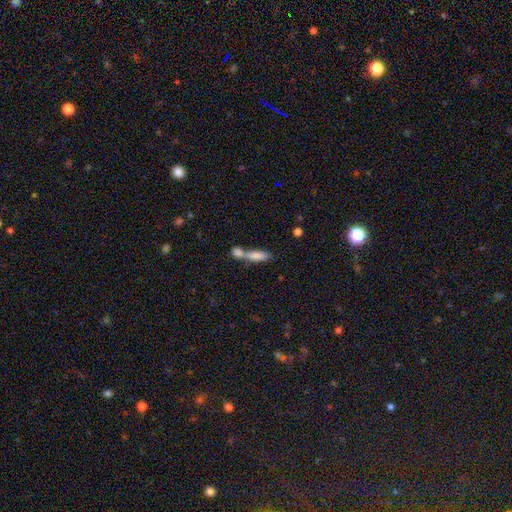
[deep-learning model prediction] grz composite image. It shows a smooth galaxy with no disk features (79%) that is in between round and cigar-shaped (51%). Merging: merger (65%).